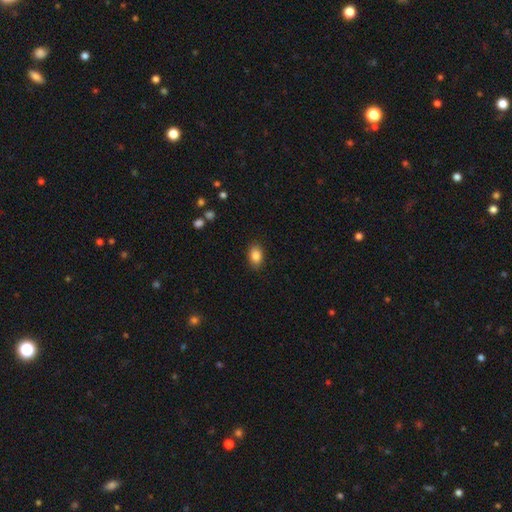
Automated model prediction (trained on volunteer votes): Q: Smooth or featured?
A: smooth (86%); runner-up: star or artifact (9%)
Q: How rounded?
A: in between (81%); runner-up: round (17%)
Q: Merging?
A: none (87%); runner-up: minor disturbance (9%)